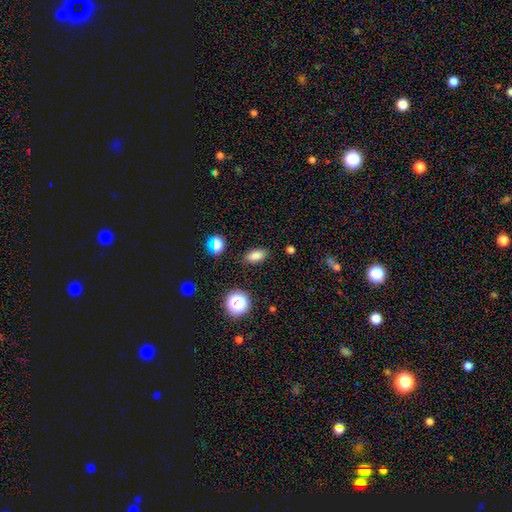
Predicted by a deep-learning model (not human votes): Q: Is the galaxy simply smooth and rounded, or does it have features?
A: smooth — 81%.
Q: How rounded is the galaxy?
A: in between — 86%.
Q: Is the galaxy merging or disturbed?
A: none — 86%.